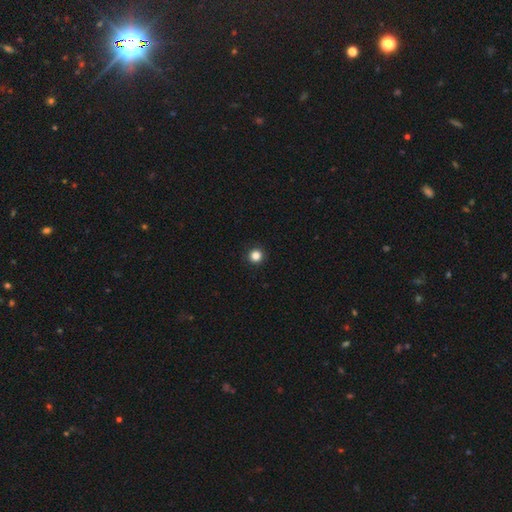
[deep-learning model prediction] Smooth or featured: smooth — 85% (star or artifact — 12%)
How rounded: round — 96% (in between — 3%)
Merging: none — 94% (minor disturbance — 4%)